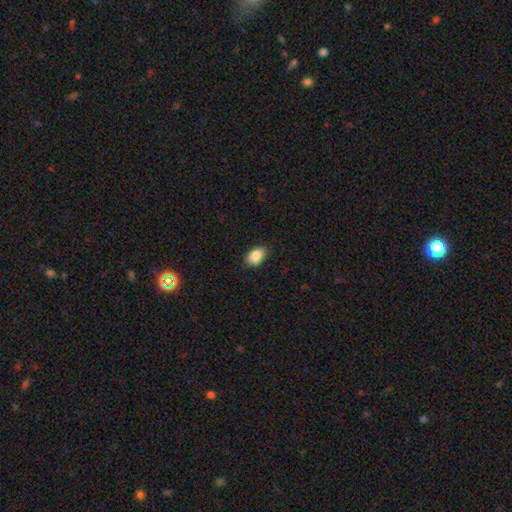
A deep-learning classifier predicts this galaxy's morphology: Smooth or featured: smooth — 86% (star or artifact — 8%)
How rounded: in between — 87% (round — 11%)
Merging: none — 82% (minor disturbance — 15%)